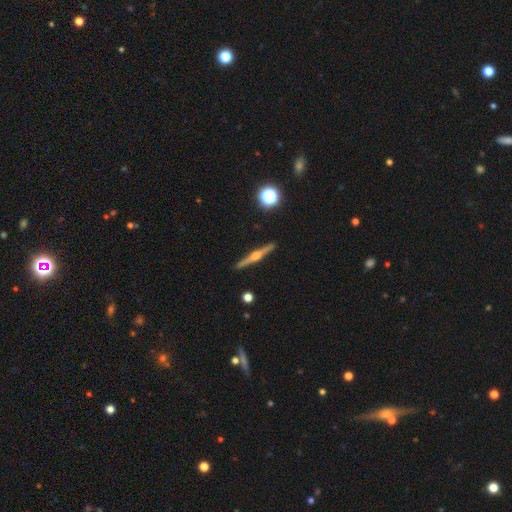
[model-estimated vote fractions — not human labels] smooth_or_featured: featured or disk (p=0.80) [alt: smooth p=0.14]
disk_edge_on: yes (p=0.98) [alt: no p=0.02]
edge_on_bulge: rounded (p=0.90) [alt: boxy p=0.07]
merging: none (p=0.92) [alt: minor disturbance p=0.05]